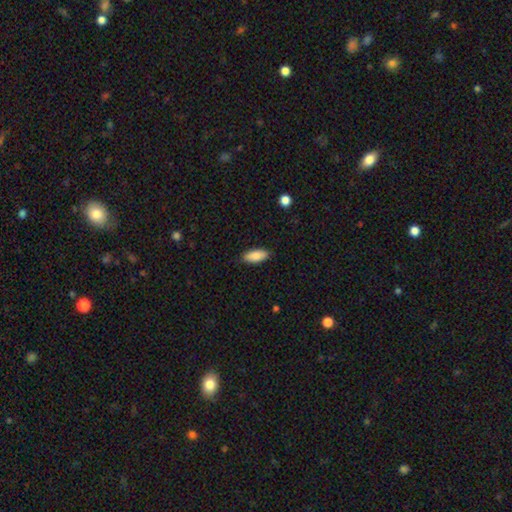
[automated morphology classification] This is clearly a smooth galaxy (86%). How rounded: clearly in between (84%). Merging: clearly none (86%).